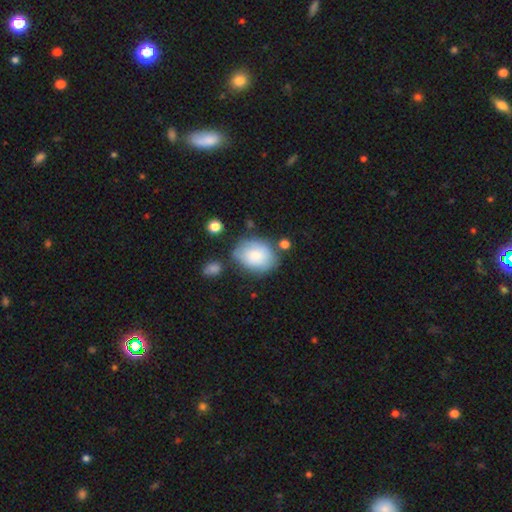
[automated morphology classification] A smooth galaxy with no disk features (76%) that is in between round and cigar-shaped (62%).

Vote fractions:
- Smooth or featured? smooth: 76% / featured or disk: 16% / star or artifact: 7%
- How rounded? in between: 62% / round: 36% / cigar-shaped: 1%
- Merging? none: 62% / minor disturbance: 22% / merger: 9% / major disturbance: 7%